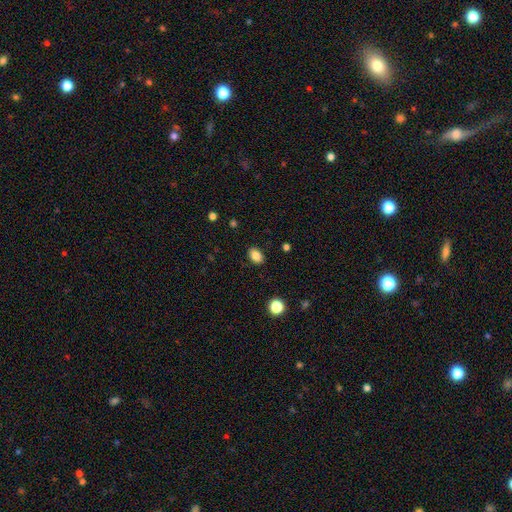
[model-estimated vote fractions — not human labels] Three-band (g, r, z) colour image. It shows a smooth galaxy with no disk features (86%) that is in between round and cigar-shaped (81%). Merging: none (88%).